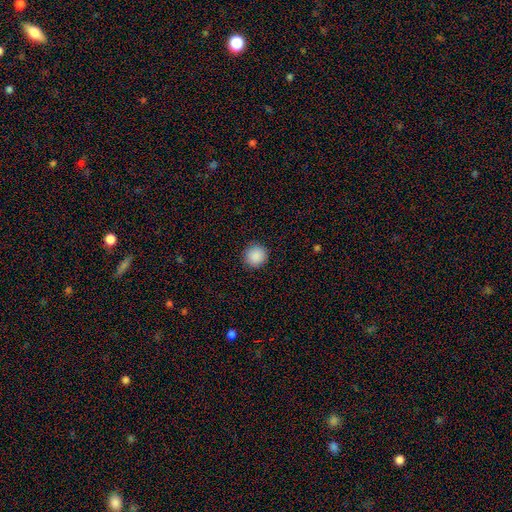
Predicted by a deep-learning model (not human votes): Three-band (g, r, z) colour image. It shows a smooth galaxy with no disk features (90%) that is round (94%). Merging: none (92%).